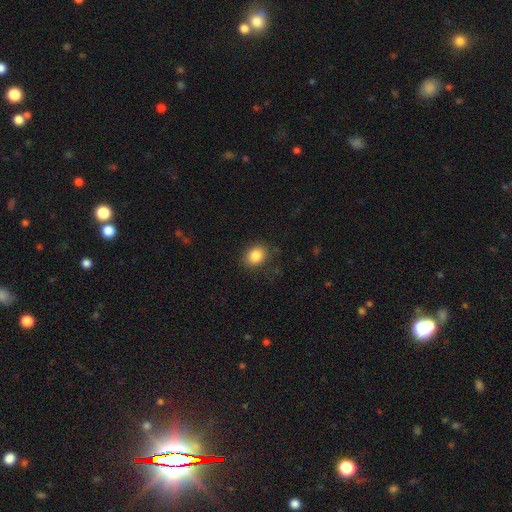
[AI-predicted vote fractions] A smooth galaxy with no disk features (85%) that is round (52%). Merging: none (83%).